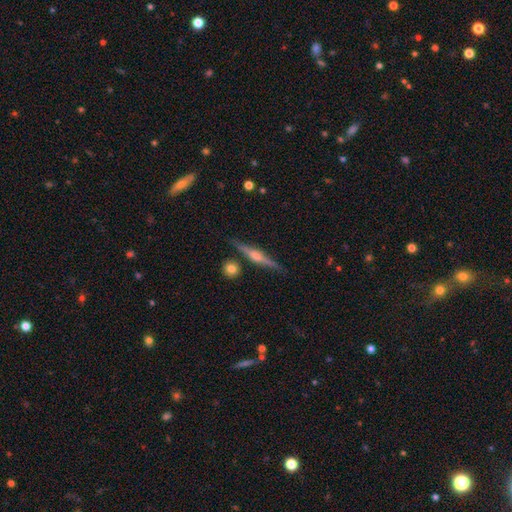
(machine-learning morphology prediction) Smooth or featured?
  - featured or disk: 80% *
  - smooth: 14%
  - star or artifact: 6%
Edge-on disk?
  - yes: 98% *
  - no: 2%
Edge-on bulge?
  - rounded: 85% *
  - boxy: 10%
  - none: 5%
Merging?
  - none: 87% *
  - minor disturbance: 8%
  - merger: 3%
  - major disturbance: 2%